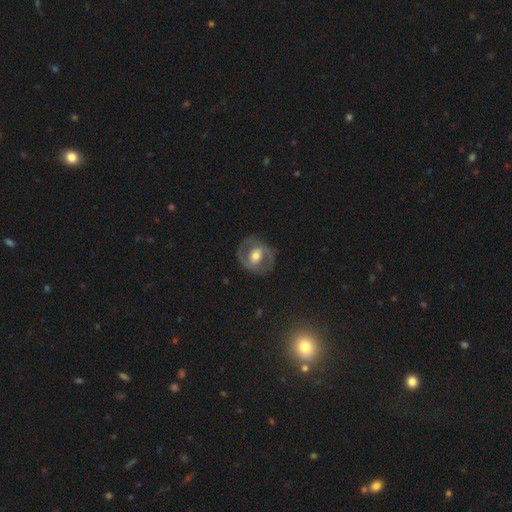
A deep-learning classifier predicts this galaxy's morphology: Smooth or featured? Predicted: featured or disk (p=0.68). Edge-on disk? Predicted: no (p=0.95). Bar? Predicted: no (p=0.38). Spiral arms? Predicted: yes (p=0.60). Bulge size? Predicted: moderate (p=0.66). Merging? Predicted: none (p=0.77).